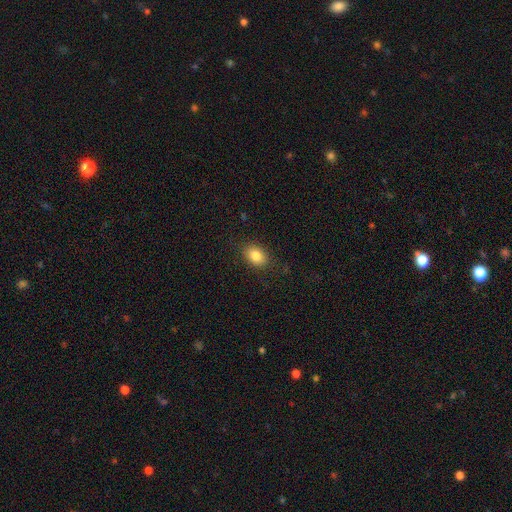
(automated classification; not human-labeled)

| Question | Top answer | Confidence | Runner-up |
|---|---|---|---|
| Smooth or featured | smooth | 84% | star or artifact (9%) |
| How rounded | in between | 76% | round (22%) |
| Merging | none | 85% | minor disturbance (11%) |